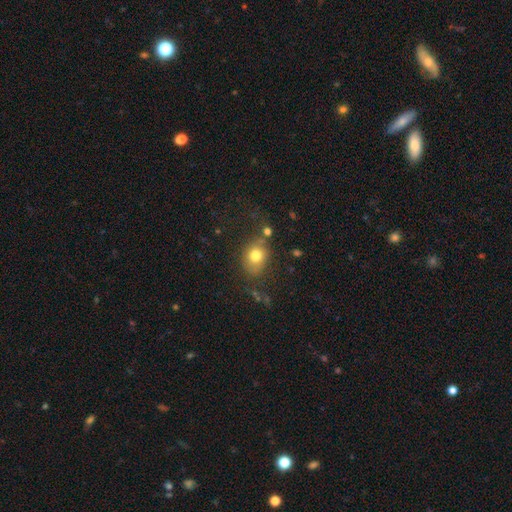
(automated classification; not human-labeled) The model was most divided on "how rounded": round: 54%, in between: 45%, cigar-shaped: 1%. More confident: smooth or featured — smooth (77%); merging — none (66%).